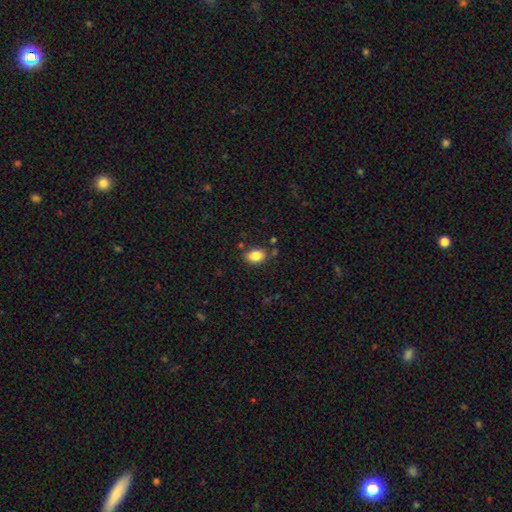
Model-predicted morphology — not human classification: smooth-or-featured: smooth: 85% | star or artifact: 9% | featured or disk: 6%
  how-rounded: in between: 85% | round: 13% | cigar-shaped: 1%
  merging: none: 78% | minor disturbance: 13% | merger: 5% | major disturbance: 3%